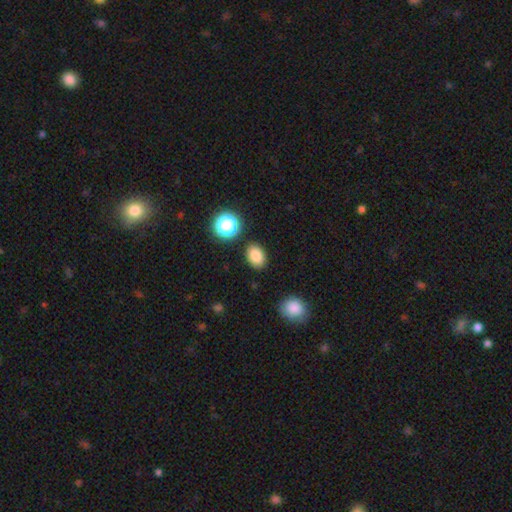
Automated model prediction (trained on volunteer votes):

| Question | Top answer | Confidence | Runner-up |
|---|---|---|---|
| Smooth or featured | smooth | 84% | star or artifact (11%) |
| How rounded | in between | 74% | round (25%) |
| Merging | none | 87% | minor disturbance (8%) |